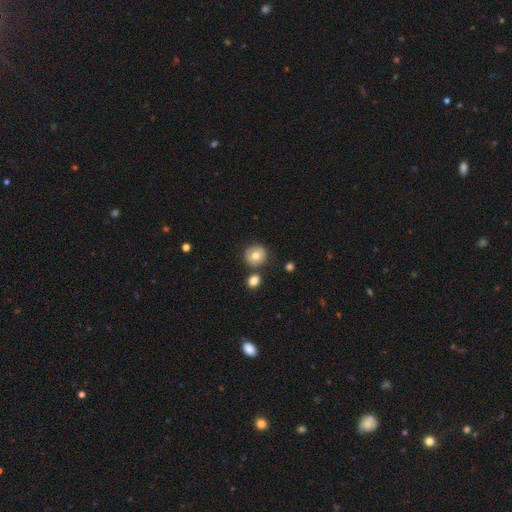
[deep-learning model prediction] This is likely a smooth galaxy (77%). How rounded: clearly round (88%). Merging: likely none (79%).